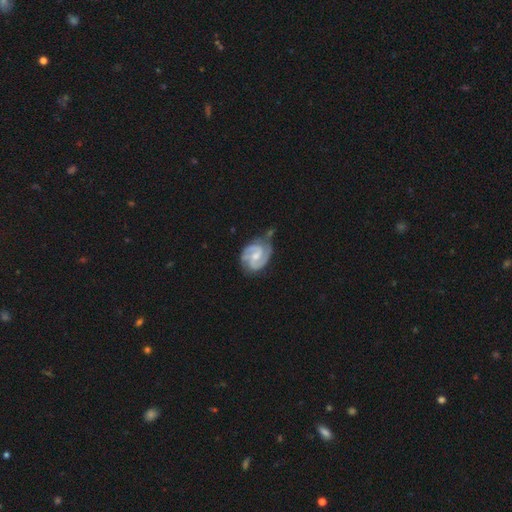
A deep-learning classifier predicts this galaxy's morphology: A featured or disk galaxy (90%) with a weak bar (53%), 2 (89%) medium (47%) spiral arms (98%) and a moderate central bulge (46%).

Vote fractions:
- Smooth or featured? featured or disk: 90% / smooth: 6% / star or artifact: 4%
- Edge-on disk? no: 98% / yes: 2%
- Bar? weak: 53% / no: 34% / strong: 13%
- Spiral arms? yes: 98% / no: 2%
- Spiral winding? medium: 47% / tight: 46% / loose: 8%
- Spiral arm count? 2: 89% / 3: 4% / can't tell: 3% / 1: 1% / 4: 1% / more than 4: 1%
- Bulge size? moderate: 46% / small: 42% / none: 8% / large: 3% / dominant: 1%
- Merging? none: 64% / minor disturbance: 25% / major disturbance: 8% / merger: 4%